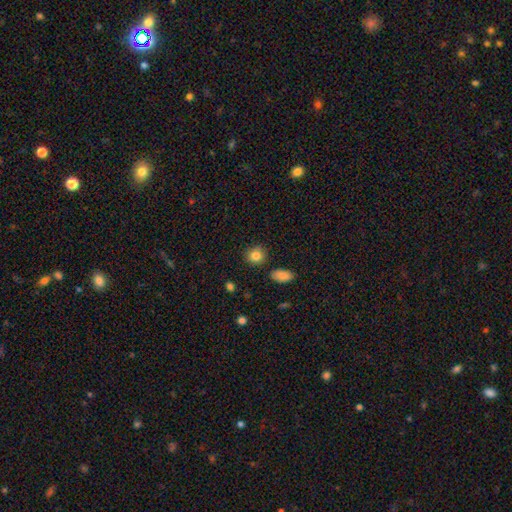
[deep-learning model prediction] Morphology: type=smooth (84%); roundness=round (82%); merging=none (86%).